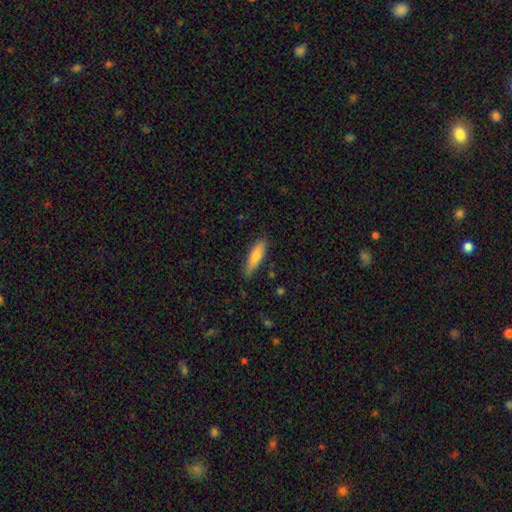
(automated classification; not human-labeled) Morphology: type=smooth (77%); roundness=cigar-shaped (61%); merging=none (81%).